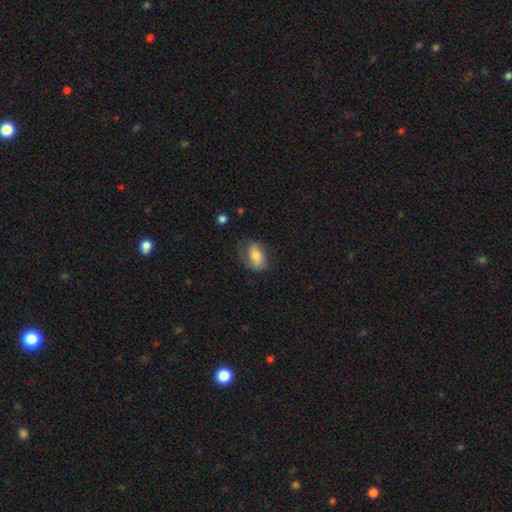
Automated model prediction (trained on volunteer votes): Smooth or featured?
  - smooth: 67% *
  - featured or disk: 26%
  - star or artifact: 7%
How rounded?
  - in between: 85% *
  - round: 12%
  - cigar-shaped: 3%
Merging?
  - none: 58% *
  - minor disturbance: 26%
  - major disturbance: 14%
  - merger: 2%